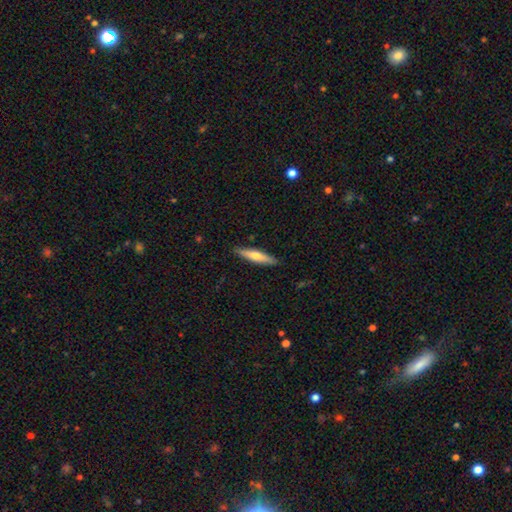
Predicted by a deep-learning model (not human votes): Smooth or featured? Predicted: smooth (p=0.61). How rounded? Predicted: cigar-shaped (p=0.85). Merging? Predicted: none (p=0.88).